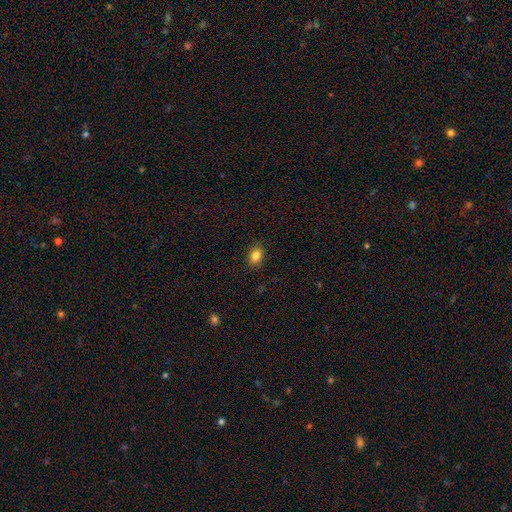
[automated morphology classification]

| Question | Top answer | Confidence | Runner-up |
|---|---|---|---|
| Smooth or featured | smooth | 84% | star or artifact (10%) |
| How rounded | in between | 63% | round (36%) |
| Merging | none | 88% | minor disturbance (9%) |